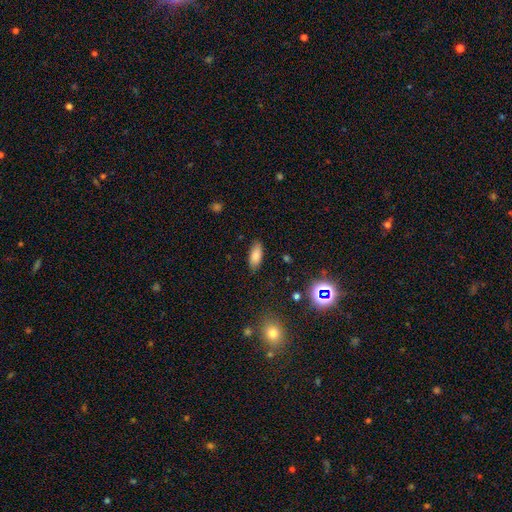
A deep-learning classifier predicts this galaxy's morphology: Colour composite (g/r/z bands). It shows a smooth galaxy with no disk features (83%) that is in between round and cigar-shaped (85%). Merging: none (84%).